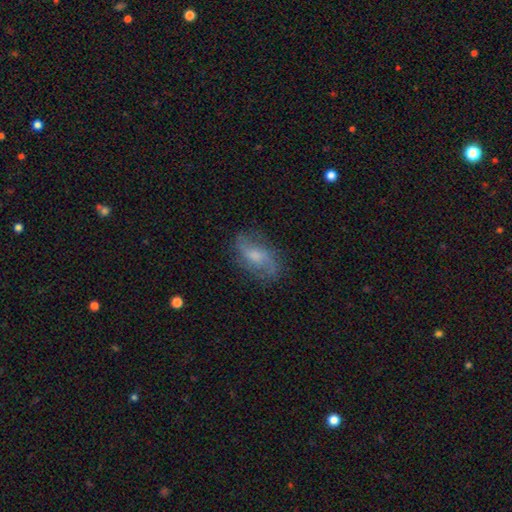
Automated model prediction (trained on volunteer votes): The model was most divided on "bar" (2-way tie): no: 45%, weak: 45%, strong: 10%. Remaining: edge-on disk — no (94%); spiral arms — yes (87%); spiral arm count — 2 (81%); merging — none (72%); smooth or featured — featured or disk (63%); spiral winding — loose (58%); bulge size — moderate (43%).